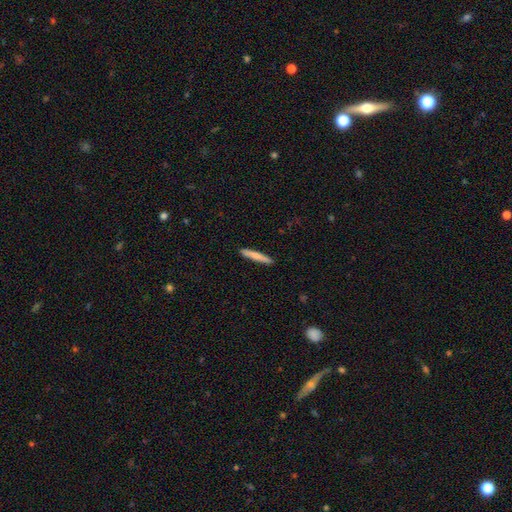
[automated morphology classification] smooth_or_featured: smooth (p=0.74) [alt: featured or disk p=0.21]
how_rounded: cigar-shaped (p=0.94) [alt: in between p=0.04]
merging: none (p=0.91) [alt: minor disturbance p=0.07]